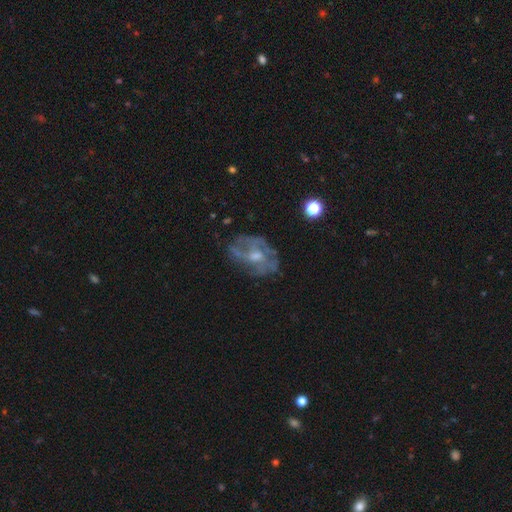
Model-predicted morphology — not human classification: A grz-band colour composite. It shows a featured or disk galaxy (71%) with no bar (67%), spiral arms (57%) and a moderate central bulge (54%). Merging: none (60%).